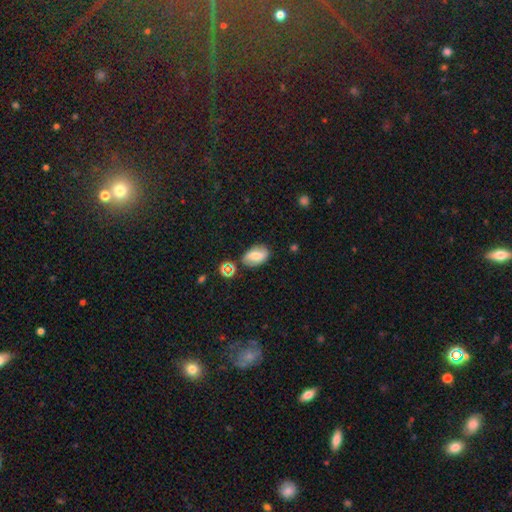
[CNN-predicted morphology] This is likely a smooth galaxy (64%). How rounded: clearly in between (87%). Merging: likely none (73%).